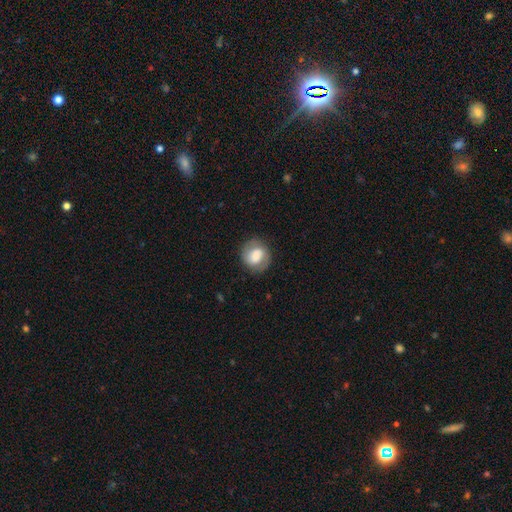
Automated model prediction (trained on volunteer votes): Smooth or featured?
  - smooth: 62% *
  - featured or disk: 30%
  - star or artifact: 8%
How rounded?
  - round: 71% *
  - in between: 28%
  - cigar-shaped: 1%
Merging?
  - none: 77% *
  - minor disturbance: 16%
  - major disturbance: 7%
  - merger: 1%